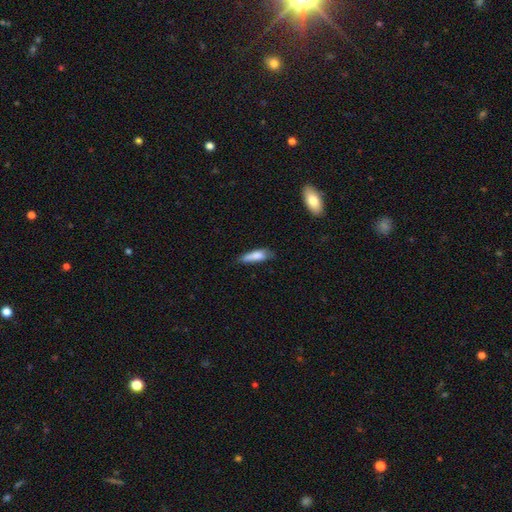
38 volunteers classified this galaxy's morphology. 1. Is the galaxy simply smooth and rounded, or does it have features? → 95% smooth, 5% star or artifact, 0% featured or disk.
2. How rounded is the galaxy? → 53% cigar-shaped, 47% in between, 0% round.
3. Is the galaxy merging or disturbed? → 61% none, 33% minor disturbance, 3% major disturbance, 3% merger.